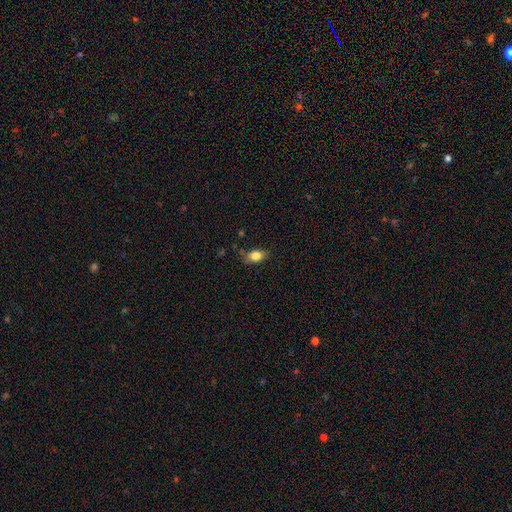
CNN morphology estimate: smooth_or_featured: smooth (p=0.83) [alt: star or artifact p=0.09]
how_rounded: in between (p=0.83) [alt: round p=0.14]
merging: none (p=0.70) [alt: minor disturbance p=0.23]